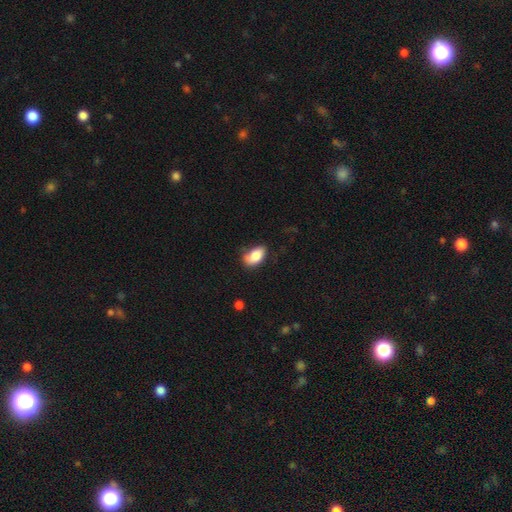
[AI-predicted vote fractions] Smooth or featured?
  - smooth: 82% *
  - featured or disk: 11%
  - star or artifact: 7%
How rounded?
  - in between: 92% *
  - round: 6%
  - cigar-shaped: 2%
Merging?
  - none: 58% *
  - minor disturbance: 30%
  - major disturbance: 8%
  - merger: 3%